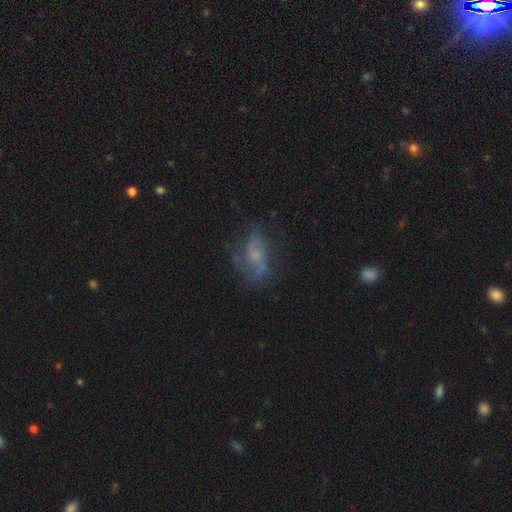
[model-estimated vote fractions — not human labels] smooth_or_featured: featured or disk (p=0.62) [alt: smooth p=0.25]
disk_edge_on: no (p=0.95) [alt: yes p=0.05]
bar: no (p=0.67) [alt: weak p=0.27]
has_spiral_arms: yes (p=0.74) [alt: no p=0.26]
bulge_size: small (p=0.53) [alt: moderate p=0.22]
merging: none (p=0.56) [alt: minor disturbance p=0.22]